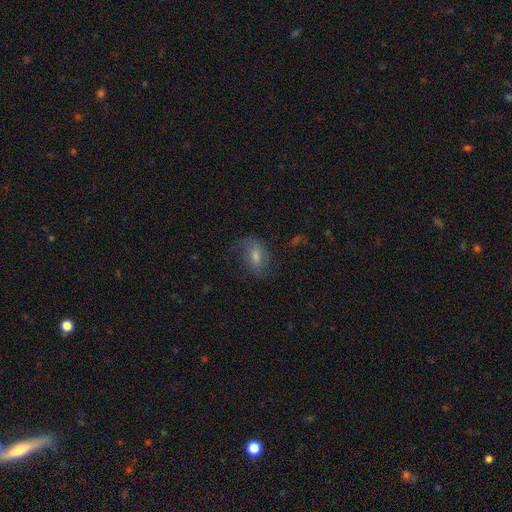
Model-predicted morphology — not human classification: The model was most divided on "smooth or featured": smooth: 46%, featured or disk: 44%, star or artifact: 11%. More confident: merging — none (59%).